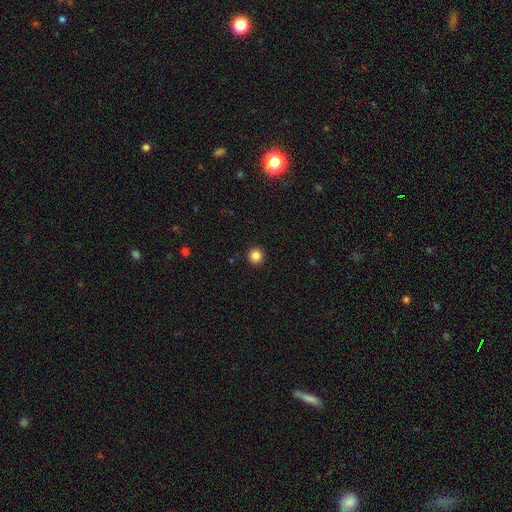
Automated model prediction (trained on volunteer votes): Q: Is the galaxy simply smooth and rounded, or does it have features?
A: smooth — 85%.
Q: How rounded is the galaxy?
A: round — 95%.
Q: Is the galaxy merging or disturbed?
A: none — 93%.